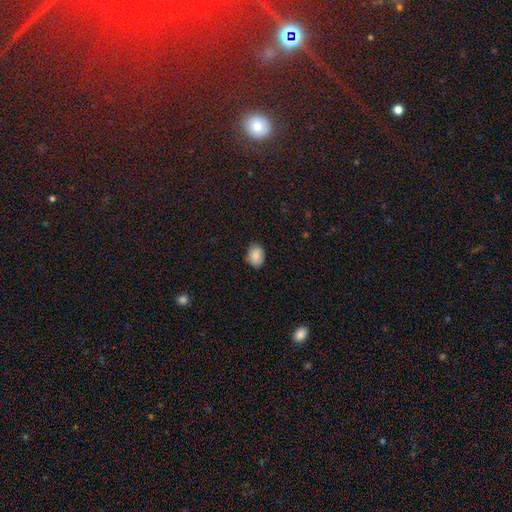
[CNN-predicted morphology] Smooth or featured: smooth — 86% (star or artifact — 8%)
How rounded: in between — 74% (round — 25%)
Merging: none — 81% (minor disturbance — 15%)